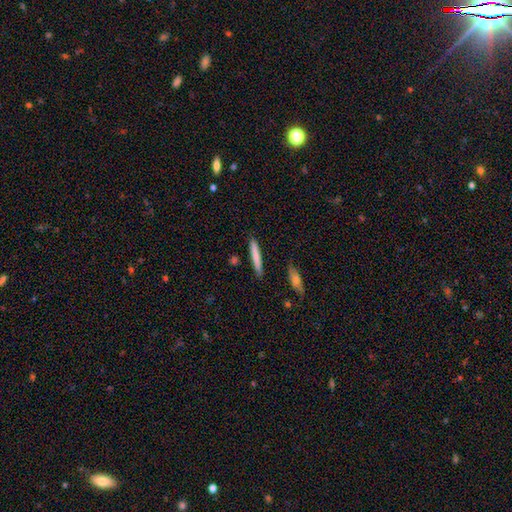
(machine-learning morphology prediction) smooth-or-featured: smooth: 77% | featured or disk: 18% | star or artifact: 5%
  how-rounded: cigar-shaped: 94% | in between: 4% | round: 1%
  merging: none: 88% | minor disturbance: 8% | merger: 2% | major disturbance: 2%